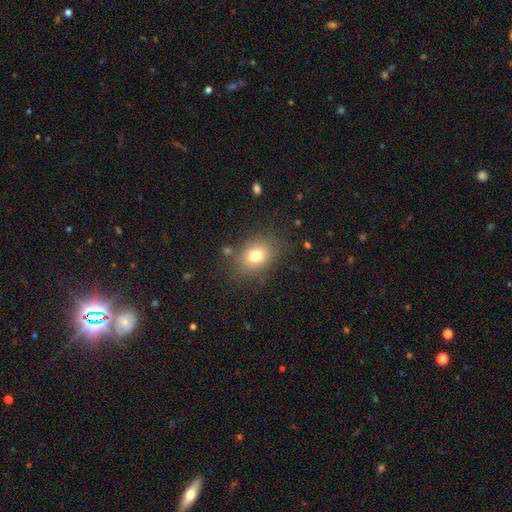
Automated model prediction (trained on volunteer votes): Smooth or featured? Predicted: smooth (p=0.76). How rounded? Predicted: in between (p=0.64). Merging? Predicted: none (p=0.79).